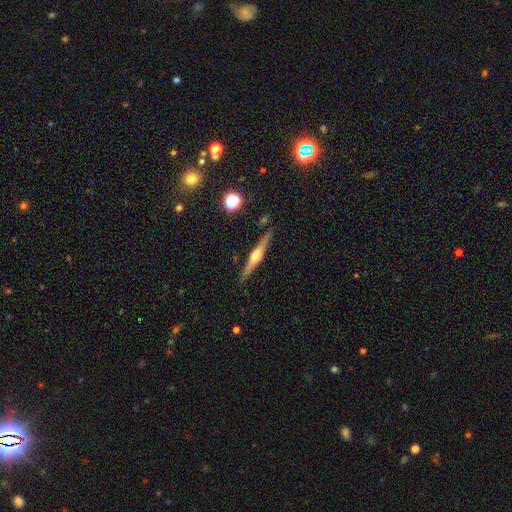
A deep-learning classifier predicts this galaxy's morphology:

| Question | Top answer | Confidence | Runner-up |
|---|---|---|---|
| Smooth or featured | featured or disk | 74% | smooth (20%) |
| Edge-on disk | yes | 98% | no (2%) |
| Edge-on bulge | rounded | 92% | boxy (4%) |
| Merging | none | 88% | minor disturbance (8%) |